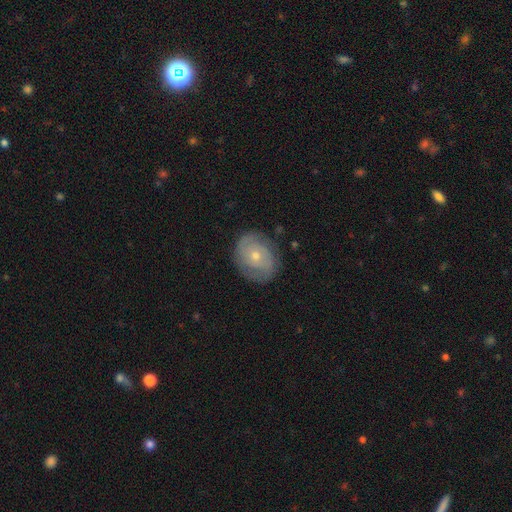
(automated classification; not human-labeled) Smooth or featured: featured or disk — 67% (smooth — 26%)
Edge-on disk: no — 97% (yes — 3%)
Bar: no — 76% (weak — 20%)
Spiral arms: yes — 82% (no — 18%)
Spiral winding: tight — 57% (medium — 32%)
Spiral arm count: 2 — 61% (can't tell — 24%)
Bulge size: small — 56% (moderate — 41%)
Merging: none — 79% (minor disturbance — 15%)